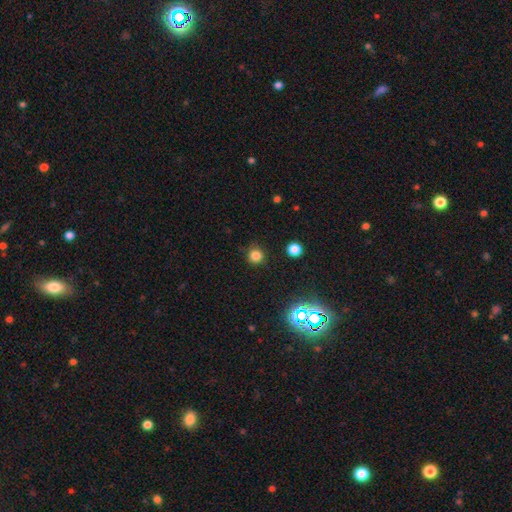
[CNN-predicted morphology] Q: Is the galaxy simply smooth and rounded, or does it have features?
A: smooth — 78%.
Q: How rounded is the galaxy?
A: round — 94%.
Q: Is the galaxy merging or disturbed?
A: none — 88%.